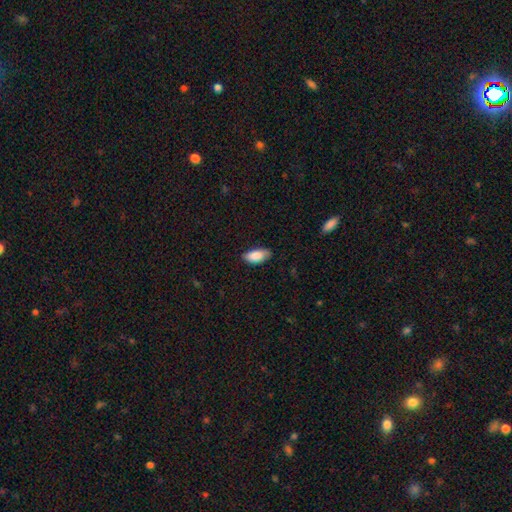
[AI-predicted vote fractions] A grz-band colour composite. It shows a smooth galaxy with no disk features (87%) that is in between round and cigar-shaped (91%). Merging: none (78%).